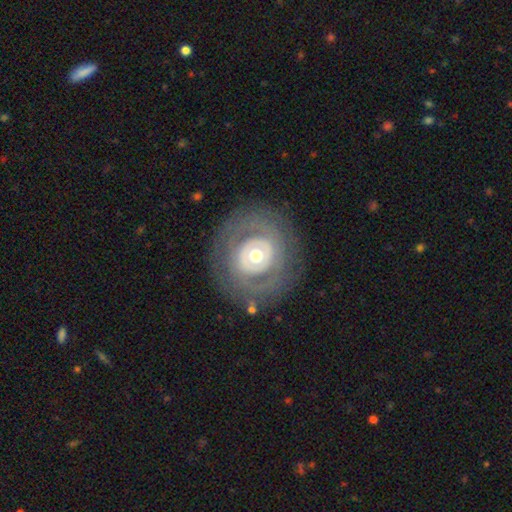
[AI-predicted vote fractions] This appears to be a featured or disk galaxy (69%) with no bar (78%), no spiral arms (66%) and a moderate central bulge (69%). Merging: none (78%).